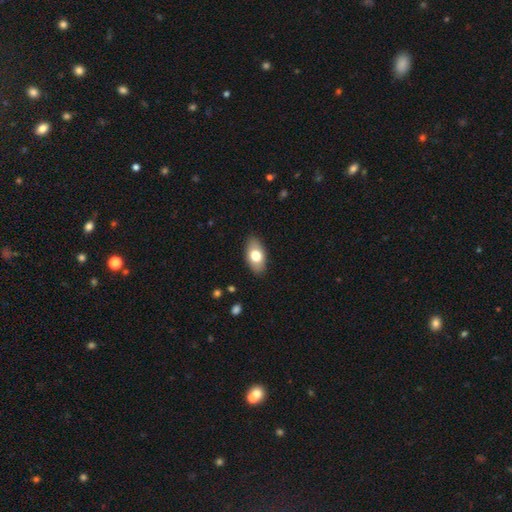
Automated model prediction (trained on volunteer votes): Overall: smooth (73%). How rounded: in between (93%). Merging: none (87%).